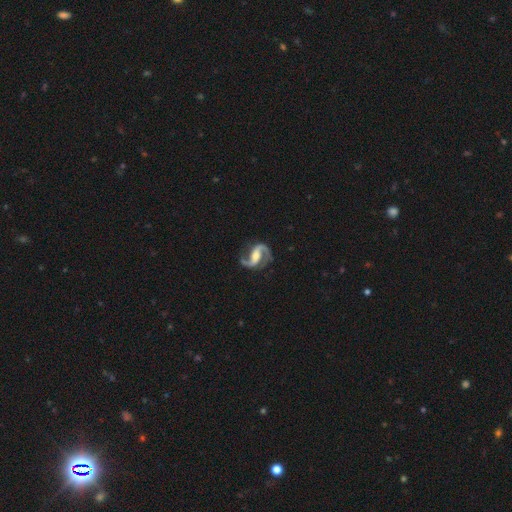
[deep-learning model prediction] smooth_or_featured: featured or disk (p=0.93) [alt: star or artifact p=0.04]
disk_edge_on: no (p=0.98) [alt: yes p=0.02]
bar: weak (p=0.40) [alt: strong p=0.36]
has_spiral_arms: yes (p=0.98) [alt: no p=0.02]
spiral_winding: medium (p=0.58) [alt: loose p=0.31]
spiral_arm_count: 2 (p=0.94) [alt: 1 p=0.01]
bulge_size: moderate (p=0.57) [alt: small p=0.22]
merging: none (p=0.80) [alt: minor disturbance p=0.12]